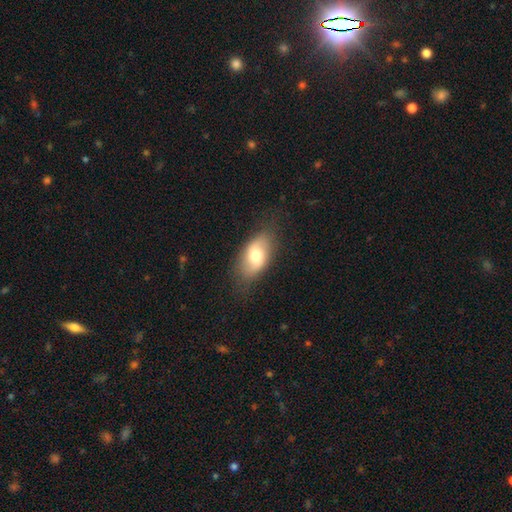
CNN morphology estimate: Q: Smooth or featured?
A: smooth (67%); runner-up: featured or disk (27%)
Q: How rounded?
A: in between (90%); runner-up: round (6%)
Q: Merging?
A: none (74%); runner-up: minor disturbance (19%)